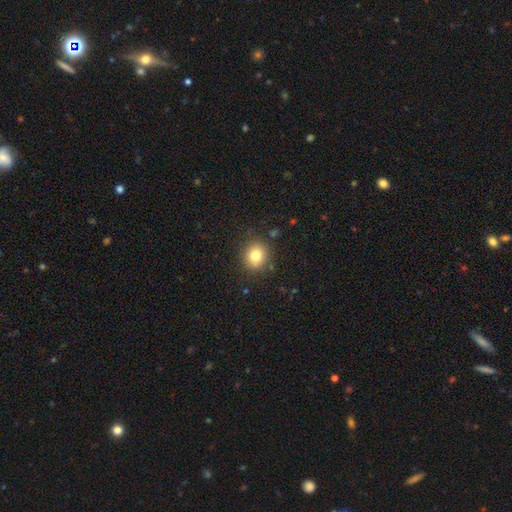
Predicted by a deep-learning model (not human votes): A smooth galaxy with no disk features (79%) that is round (83%).

Vote fractions:
- Smooth or featured? smooth: 79% / star or artifact: 12% / featured or disk: 9%
- How rounded? round: 83% / in between: 16% / cigar-shaped: 1%
- Merging? none: 87% / minor disturbance: 8% / major disturbance: 3% / merger: 2%